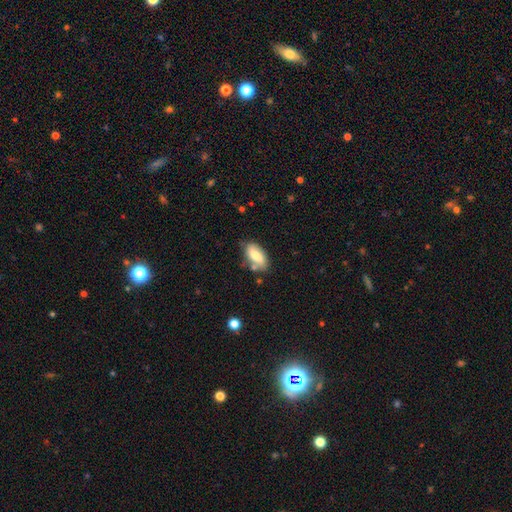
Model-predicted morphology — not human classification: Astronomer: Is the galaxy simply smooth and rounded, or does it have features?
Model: smooth — 71%.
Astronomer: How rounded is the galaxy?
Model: in between — 88%.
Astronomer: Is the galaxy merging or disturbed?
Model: none — 65%.